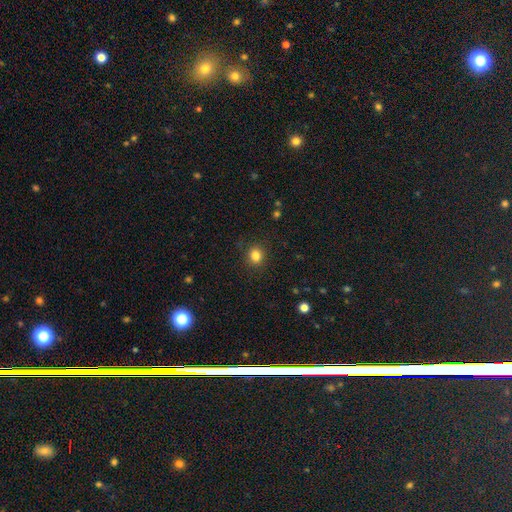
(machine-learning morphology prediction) smooth_or_featured: smooth (p=0.83) [alt: star or artifact p=0.12]
how_rounded: round (p=0.78) [alt: in between p=0.21]
merging: none (p=0.89) [alt: minor disturbance p=0.08]